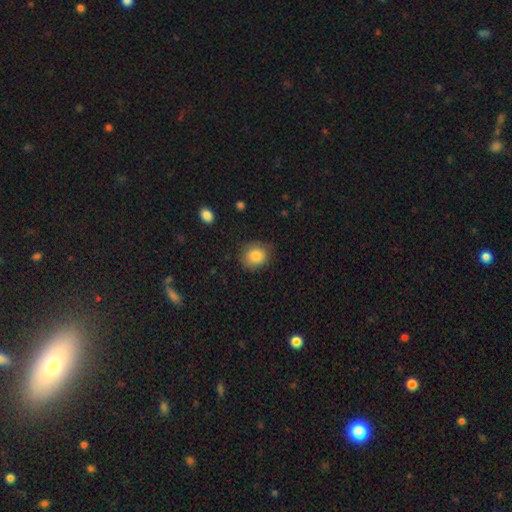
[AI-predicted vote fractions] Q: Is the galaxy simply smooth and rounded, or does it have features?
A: smooth — 84%.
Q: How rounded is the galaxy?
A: round — 73%.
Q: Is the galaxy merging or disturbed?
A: none — 79%.